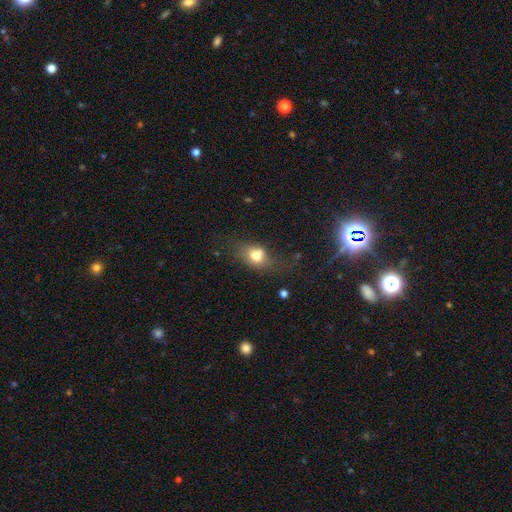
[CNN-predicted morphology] Overall: smooth (71%). How rounded: in between (63%; round 34%). Merging: none (49%; minor disturbance 24%).